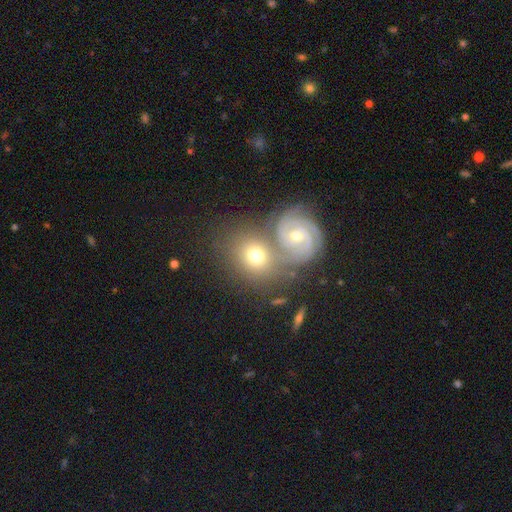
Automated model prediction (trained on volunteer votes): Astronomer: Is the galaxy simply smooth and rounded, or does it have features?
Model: featured or disk — 57% (runner-up: smooth, 34%).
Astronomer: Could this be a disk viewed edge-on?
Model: no — 96%.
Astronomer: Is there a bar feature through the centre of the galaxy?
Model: no — 63%.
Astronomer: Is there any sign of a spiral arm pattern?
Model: yes — 94%.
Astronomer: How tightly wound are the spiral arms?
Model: tight — 66%.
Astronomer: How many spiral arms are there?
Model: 3 — 39% (runner-up: 2, 38%).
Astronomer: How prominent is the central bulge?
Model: moderate — 52% (runner-up: small, 42%).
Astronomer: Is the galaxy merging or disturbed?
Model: none — 47% (runner-up: merger, 38%).